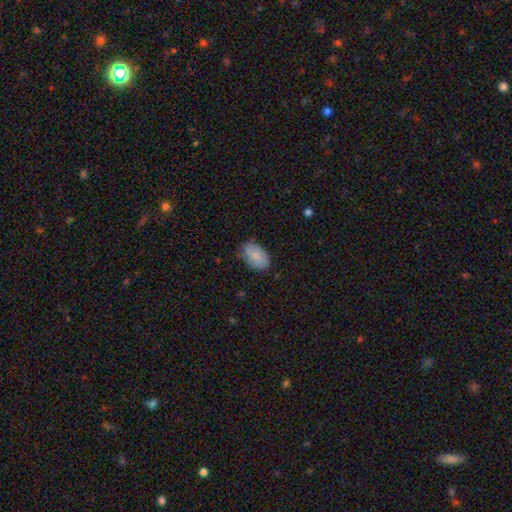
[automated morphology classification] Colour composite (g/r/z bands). It shows a smooth galaxy with no disk features (83%) that is in between round and cigar-shaped (91%). Merging: none (76%).